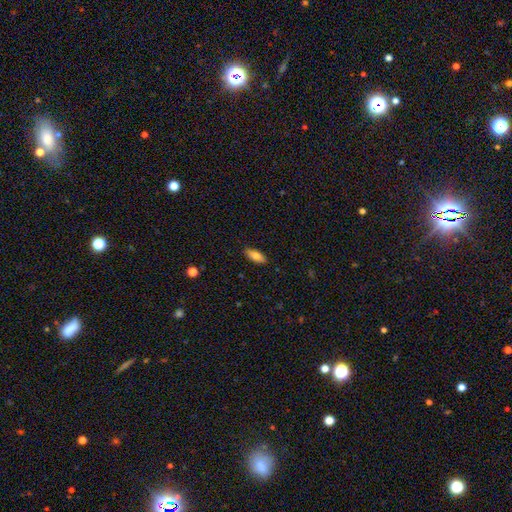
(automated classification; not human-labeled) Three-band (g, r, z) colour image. It shows a smooth galaxy with no disk features (79%) that is in between round and cigar-shaped (78%). Merging: none (88%).